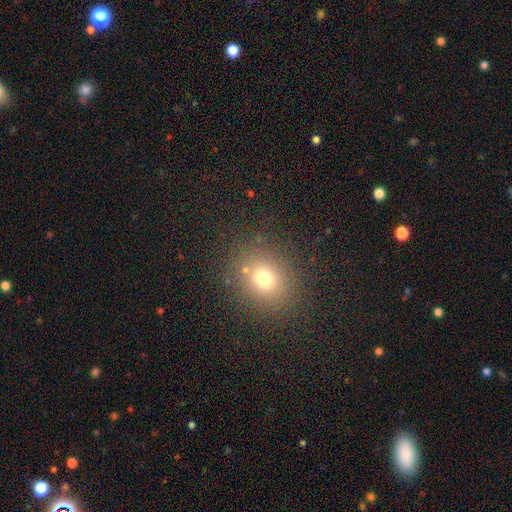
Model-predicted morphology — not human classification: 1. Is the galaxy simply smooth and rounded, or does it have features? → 65% smooth, 26% star or artifact, 9% featured or disk.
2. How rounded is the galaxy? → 65% round, 34% in between, 1% cigar-shaped.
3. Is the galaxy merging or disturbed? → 91% none, 6% minor disturbance, 2% major disturbance, 1% merger.